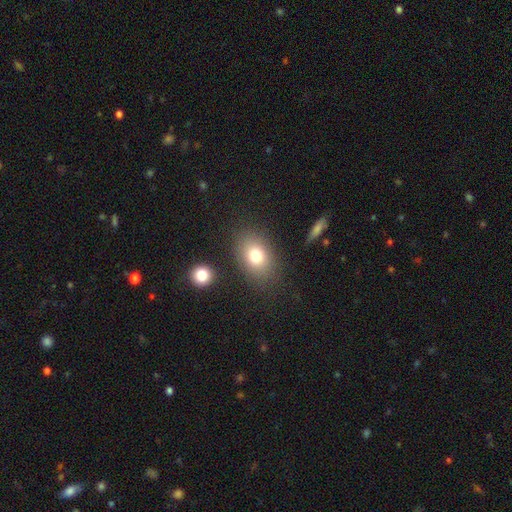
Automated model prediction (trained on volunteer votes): smooth 77%, featured or disk 12%, star or artifact 11%. Down the decision tree: how rounded — in between (74%); merging — none (81%).